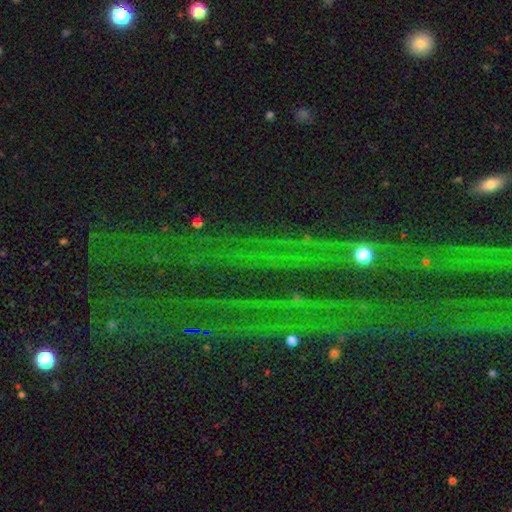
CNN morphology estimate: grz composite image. It shows a star or artifact, not a galaxy (80%).